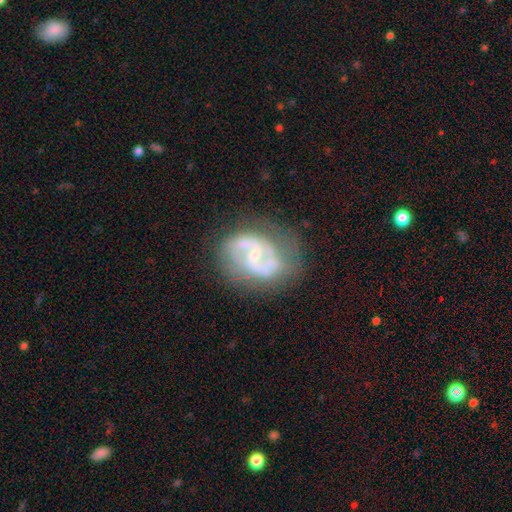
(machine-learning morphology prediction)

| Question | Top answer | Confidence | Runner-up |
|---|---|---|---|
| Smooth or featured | featured or disk | 83% | smooth (11%) |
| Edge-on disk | no | 98% | yes (2%) |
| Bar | weak | 48% | no (35%) |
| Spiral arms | yes | 91% | no (9%) |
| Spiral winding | medium | 52% | tight (24%) |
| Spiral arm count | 2 | 81% | can't tell (9%) |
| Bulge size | small | 60% | moderate (30%) |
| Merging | none | 64% | minor disturbance (21%) |